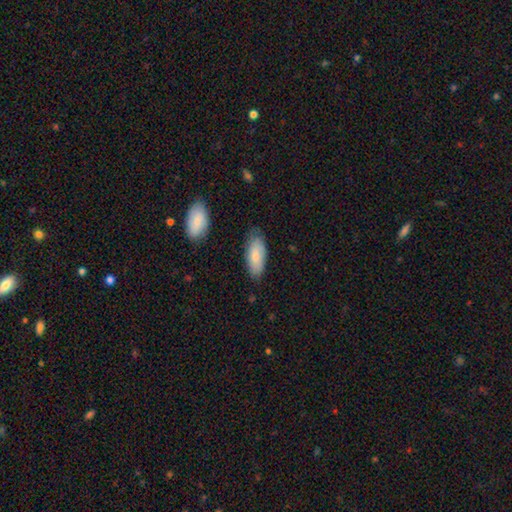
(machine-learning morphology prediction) This appears to be a smooth galaxy with no disk features (79%) that is in between round and cigar-shaped (86%). Merging: none (72%).